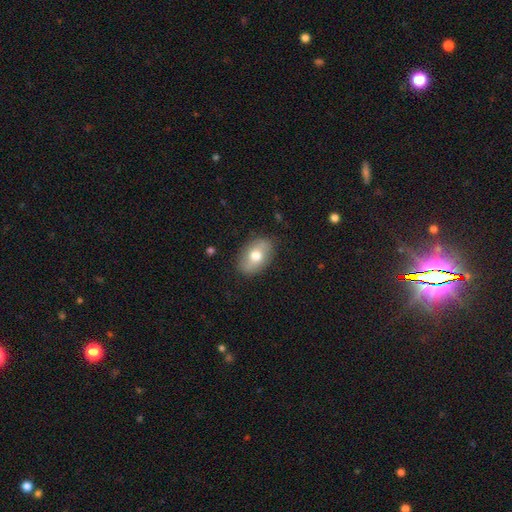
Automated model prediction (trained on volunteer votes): smooth_or_featured: smooth (p=0.67) [alt: featured or disk p=0.27]
how_rounded: in between (p=0.87) [alt: round p=0.11]
merging: none (p=0.84) [alt: minor disturbance p=0.12]